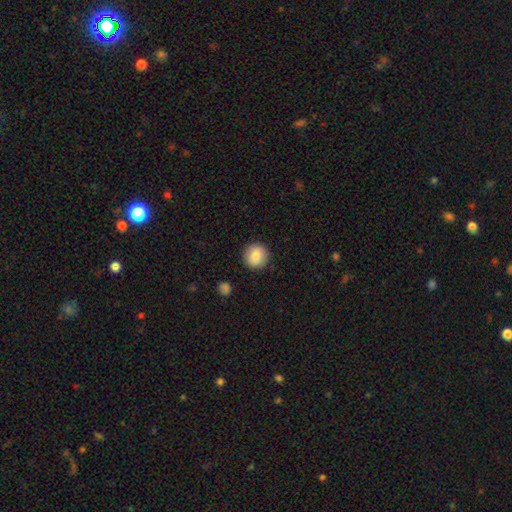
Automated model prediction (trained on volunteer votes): This is clearly a smooth galaxy (85%). How rounded: clearly round (93%). Merging: clearly none (91%).